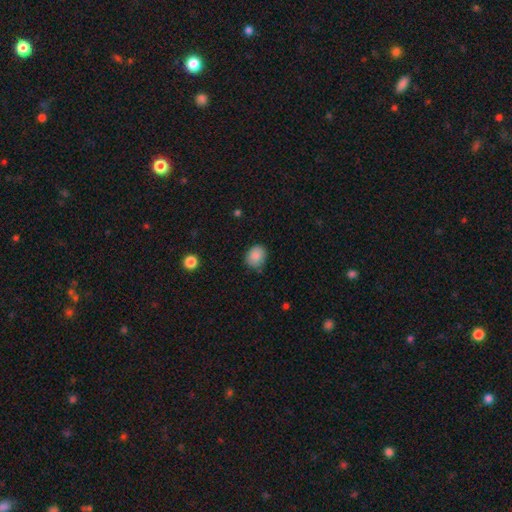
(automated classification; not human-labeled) This appears to be a smooth galaxy with no disk features (87%) that is round (62%). Merging: none (71%).